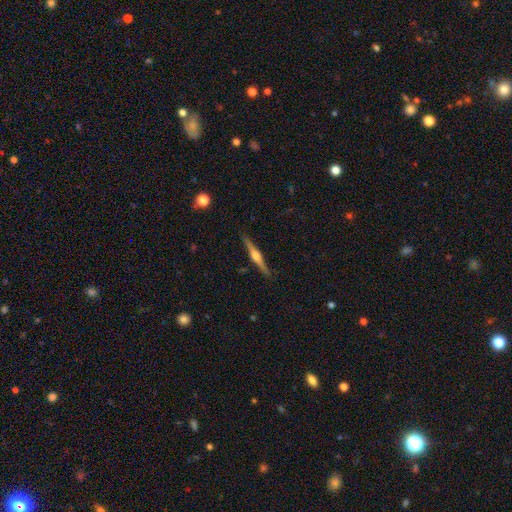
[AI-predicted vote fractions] This is clearly a featured or disk galaxy (81%). It is clearly viewed edge-on (98%). Edge-on bulge: clearly rounded (91%). Merging: clearly none (91%).